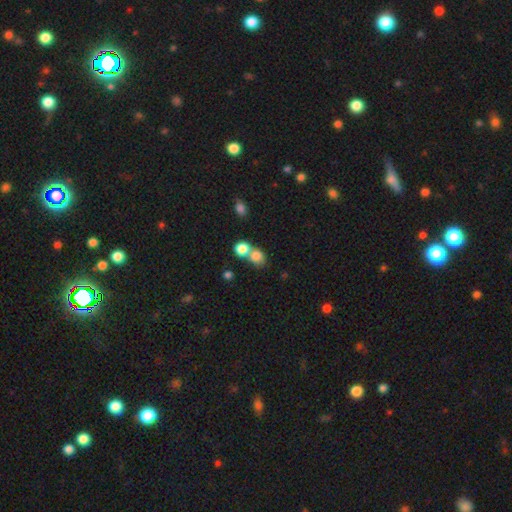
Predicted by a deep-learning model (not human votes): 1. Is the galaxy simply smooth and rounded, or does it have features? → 81% smooth, 11% star or artifact, 8% featured or disk.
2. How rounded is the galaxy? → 66% round, 32% in between, 1% cigar-shaped.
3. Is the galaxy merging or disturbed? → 52% merger, 37% none, 8% minor disturbance, 4% major disturbance.